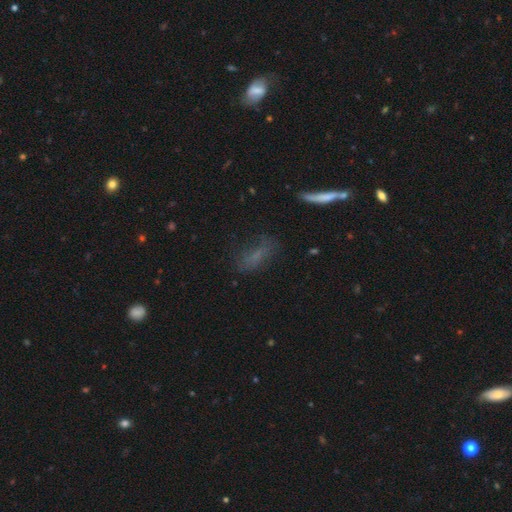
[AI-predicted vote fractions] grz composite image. It shows a smooth galaxy with no disk features (60%) that is in between round and cigar-shaped (58%). Merging: none (58%).